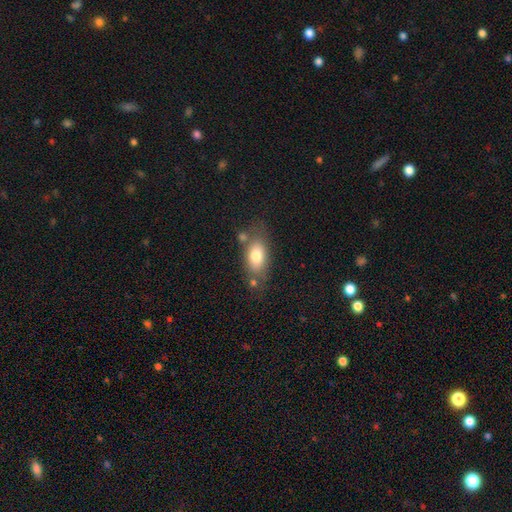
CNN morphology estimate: type=smooth (75%); roundness=in between (84%); merging=none (62%).